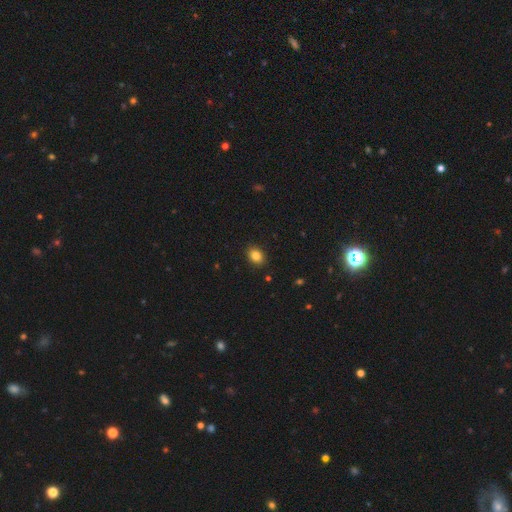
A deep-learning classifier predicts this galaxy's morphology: A smooth galaxy with no disk features (84%) that is in between round and cigar-shaped (60%). Merging: none (89%).